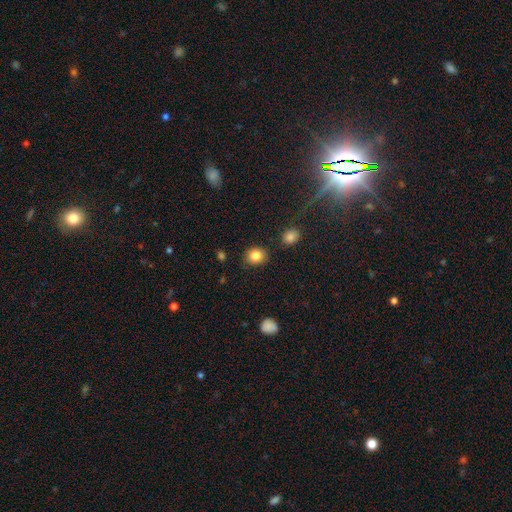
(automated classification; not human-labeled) Smooth or featured? smooth (84%)
How rounded? round (65%)
Merging? none (84%)